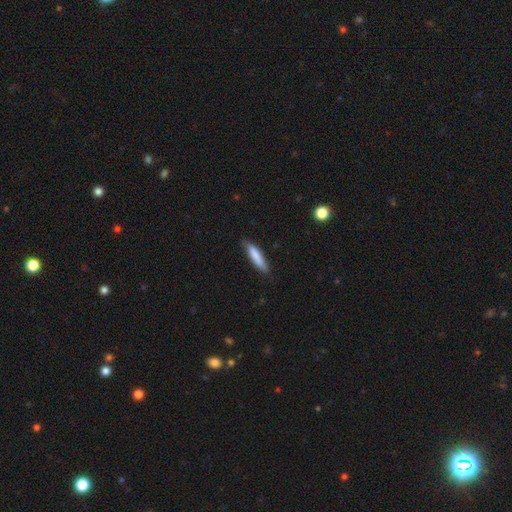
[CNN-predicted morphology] type=smooth (80%); roundness=cigar-shaped (78%); merging=none (76%).